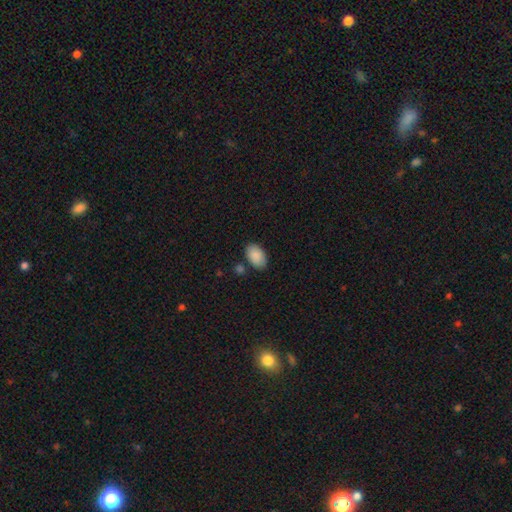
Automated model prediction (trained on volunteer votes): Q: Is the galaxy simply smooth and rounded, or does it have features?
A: smooth — 89%.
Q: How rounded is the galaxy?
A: in between — 92%.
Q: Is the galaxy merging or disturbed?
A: none — 78%.